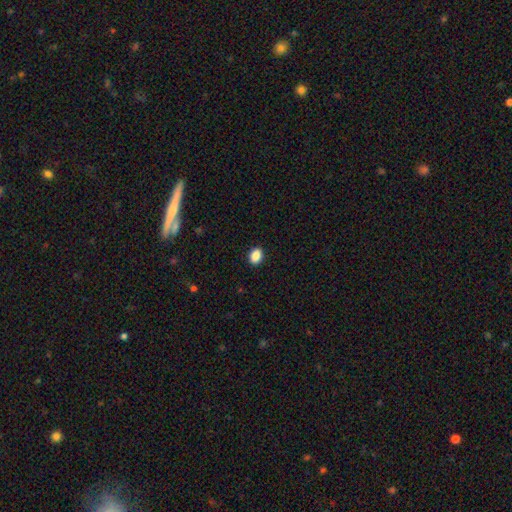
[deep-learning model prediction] Smooth or featured: smooth — 89% (star or artifact — 8%)
How rounded: in between — 74% (round — 25%)
Merging: none — 90% (minor disturbance — 7%)